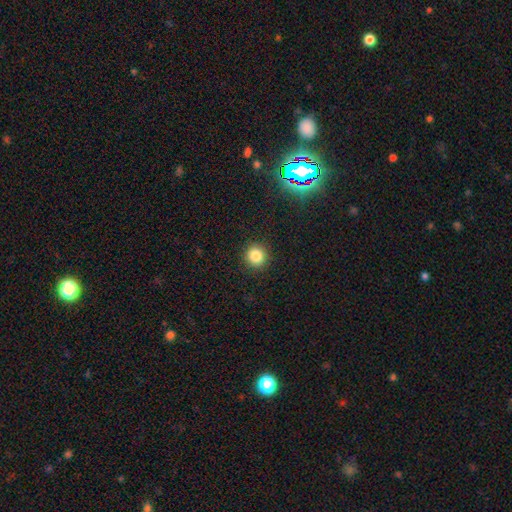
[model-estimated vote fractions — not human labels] smooth 84%, star or artifact 11%, featured or disk 4%. Down the decision tree: how rounded — round (92%); merging — none (91%).